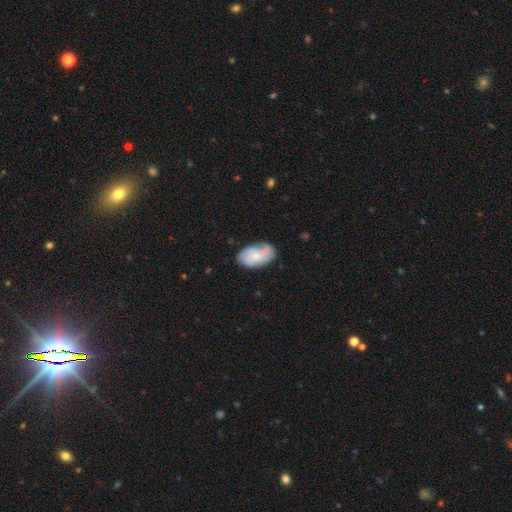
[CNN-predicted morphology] Smooth or featured? Predicted: smooth (p=0.56). How rounded? Predicted: in between (p=0.91). Merging? Predicted: none (p=0.53).